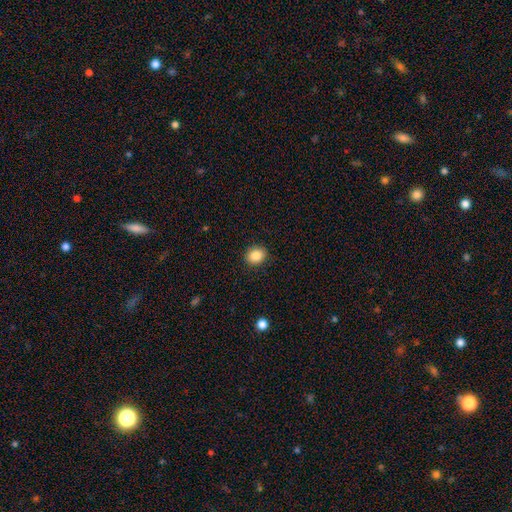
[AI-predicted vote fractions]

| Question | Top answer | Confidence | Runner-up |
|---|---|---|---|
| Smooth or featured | smooth | 86% | star or artifact (9%) |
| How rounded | round | 65% | in between (34%) |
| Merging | none | 90% | minor disturbance (7%) |